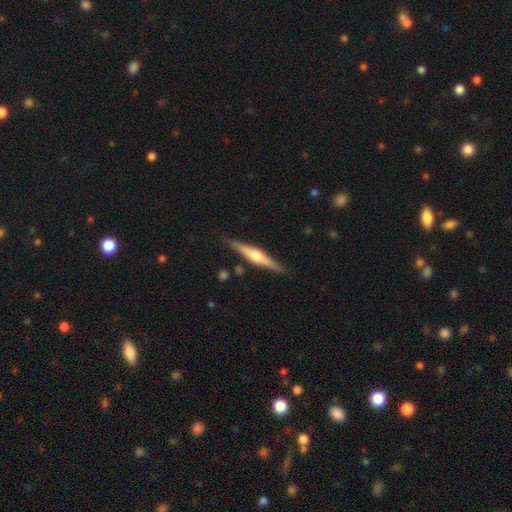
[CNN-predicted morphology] This appears to be a featured or disk galaxy (72%) viewed edge-on (97%) with a rounded central bulge (91%). Merging: none (87%).